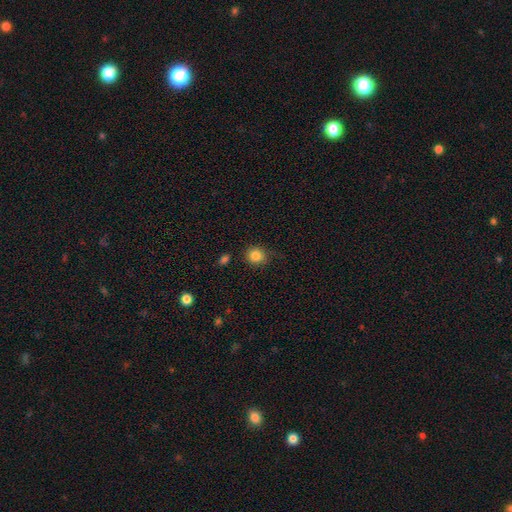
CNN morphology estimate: Smooth or featured: smooth — 84% (star or artifact — 11%)
How rounded: round — 88% (in between — 11%)
Merging: none — 80% (minor disturbance — 14%)